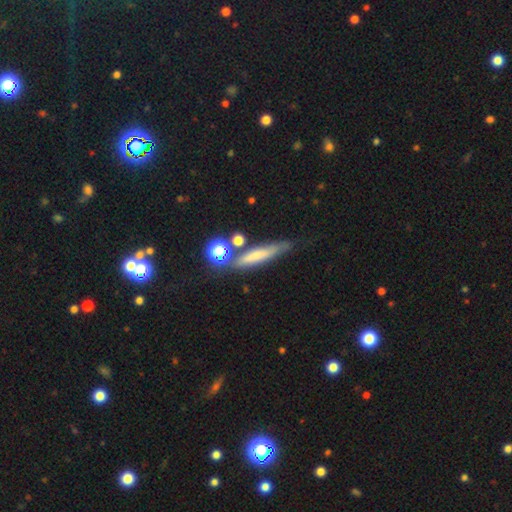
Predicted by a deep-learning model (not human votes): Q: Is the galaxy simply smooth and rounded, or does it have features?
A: smooth — 57%.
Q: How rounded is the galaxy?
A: cigar-shaped — 78%.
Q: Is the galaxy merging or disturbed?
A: none — 64%.